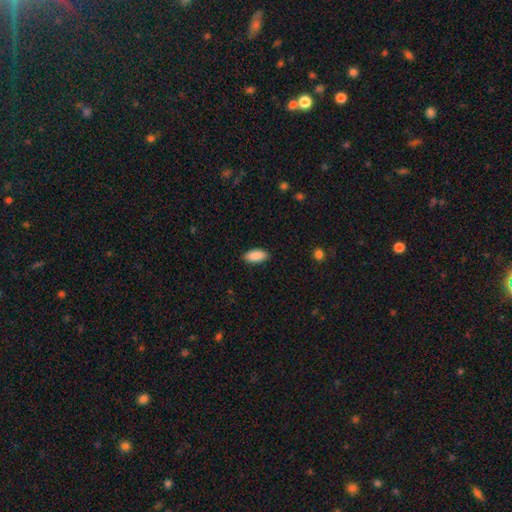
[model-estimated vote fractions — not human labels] Overall: smooth (91%). How rounded: in between (91%). Merging: none (87%).